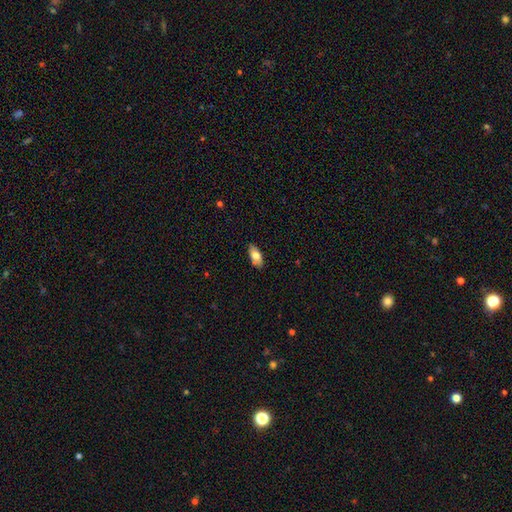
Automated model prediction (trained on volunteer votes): A smooth galaxy with no disk features (74%) that is in between round and cigar-shaped (89%).

Vote fractions:
- Smooth or featured? smooth: 74% / featured or disk: 20% / star or artifact: 6%
- How rounded? in between: 89% / cigar-shaped: 9% / round: 3%
- Merging? none: 85% / minor disturbance: 12% / major disturbance: 2% / merger: 2%